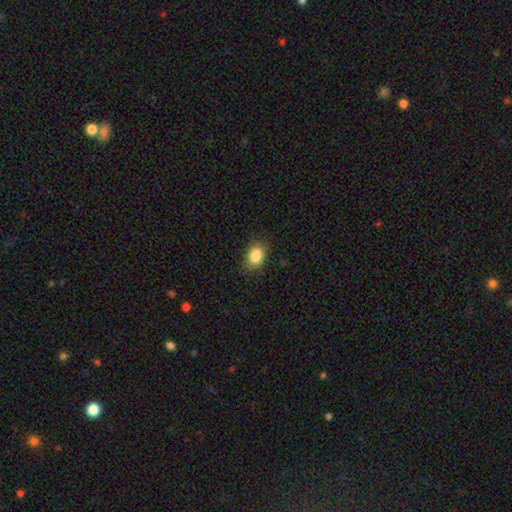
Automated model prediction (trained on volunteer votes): A smooth galaxy with no disk features (86%) that is in between round and cigar-shaped (66%).

Vote fractions:
- Smooth or featured? smooth: 86% / star or artifact: 9% / featured or disk: 5%
- How rounded? in between: 66% / round: 33% / cigar-shaped: 1%
- Merging? none: 83% / minor disturbance: 13% / major disturbance: 3% / merger: 1%